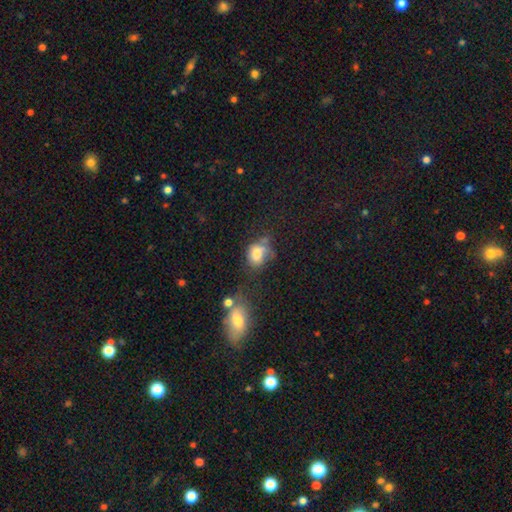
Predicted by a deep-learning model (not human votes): The model was most divided on "merging": none: 32%, minor disturbance: 25%, major disturbance: 22%, merger: 20%. More confident: smooth or featured — smooth (71%); how rounded — in between (59%).